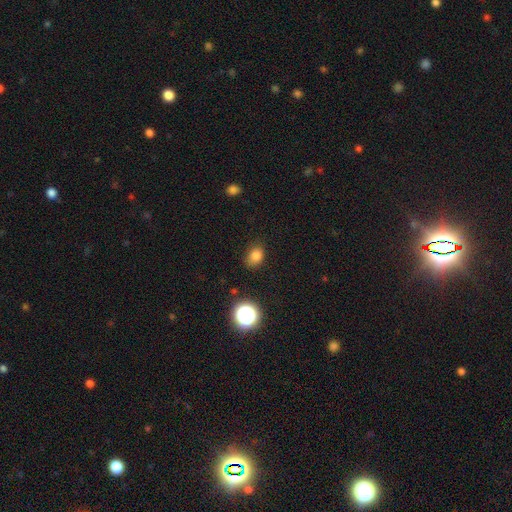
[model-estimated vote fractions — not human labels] A smooth galaxy with no disk features (81%) that is in between round and cigar-shaped (64%). Merging: none (77%).